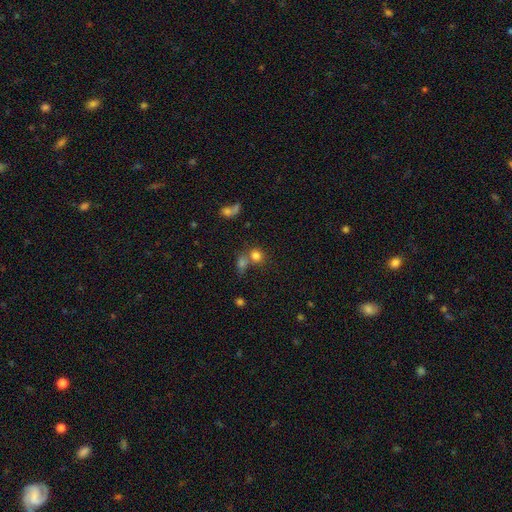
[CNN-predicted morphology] Smooth or featured?
  - smooth: 77% *
  - star or artifact: 14%
  - featured or disk: 9%
How rounded?
  - round: 79% *
  - in between: 20%
  - cigar-shaped: 1%
Merging?
  - none: 50% *
  - merger: 36%
  - minor disturbance: 9%
  - major disturbance: 5%